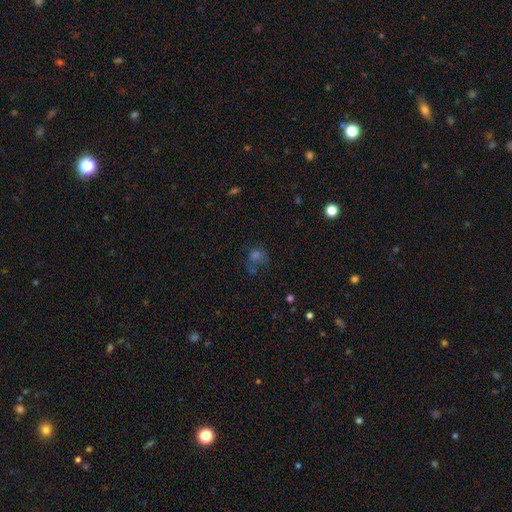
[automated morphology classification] A smooth galaxy with no disk features (42%).

Vote fractions:
- Smooth or featured? smooth: 42% / star or artifact: 34% / featured or disk: 24%
- Merging? none: 55% / major disturbance: 19% / minor disturbance: 18% / merger: 7%